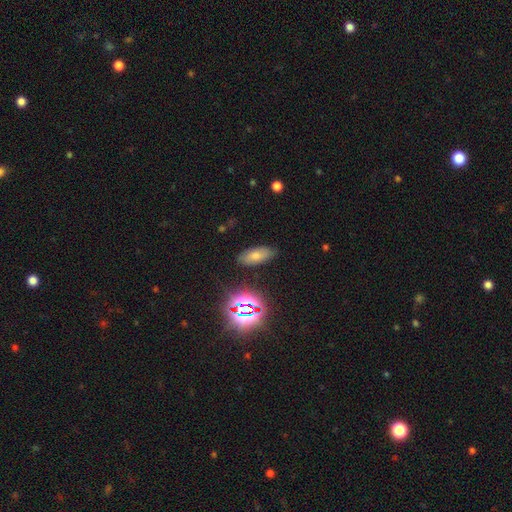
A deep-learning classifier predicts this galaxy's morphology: A smooth galaxy with no disk features (53%) that is in between round and cigar-shaped (77%). Merging: none (86%).